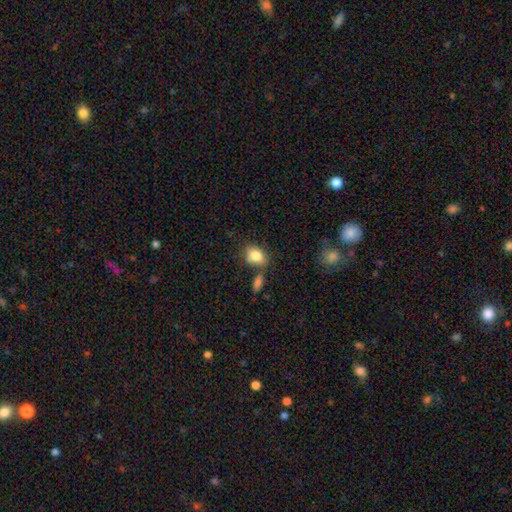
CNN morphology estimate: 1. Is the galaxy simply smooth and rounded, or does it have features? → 83% smooth, 9% featured or disk, 8% star or artifact.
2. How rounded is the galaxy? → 76% in between, 22% round, 2% cigar-shaped.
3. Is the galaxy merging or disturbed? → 59% none, 18% merger, 18% minor disturbance, 5% major disturbance.